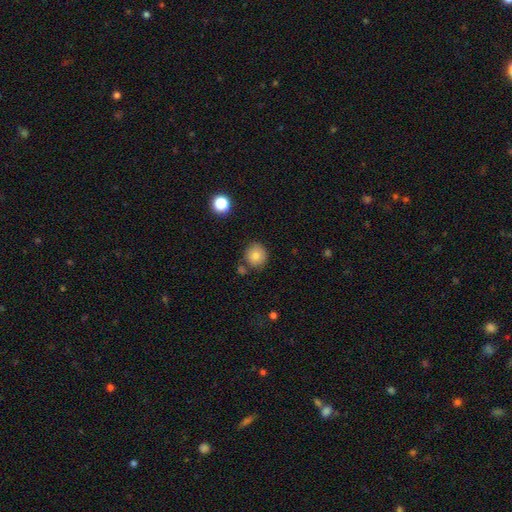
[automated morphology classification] This appears to be a smooth galaxy with no disk features (80%) that is round (91%). Merging: none (79%).